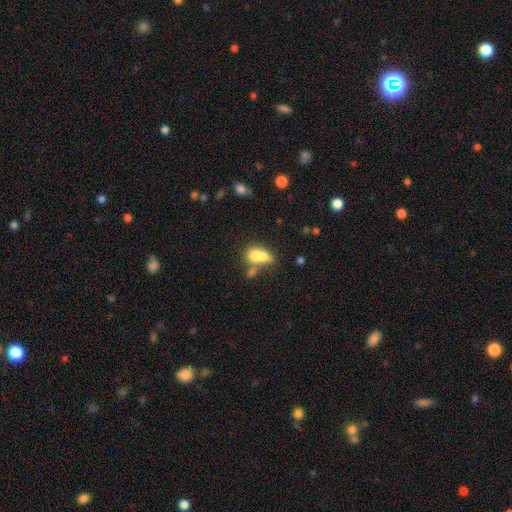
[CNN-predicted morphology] smooth_or_featured: smooth (p=0.69) [alt: featured or disk p=0.21]
how_rounded: in between (p=0.70) [alt: round p=0.25]
merging: merger (p=0.62) [alt: none p=0.22]